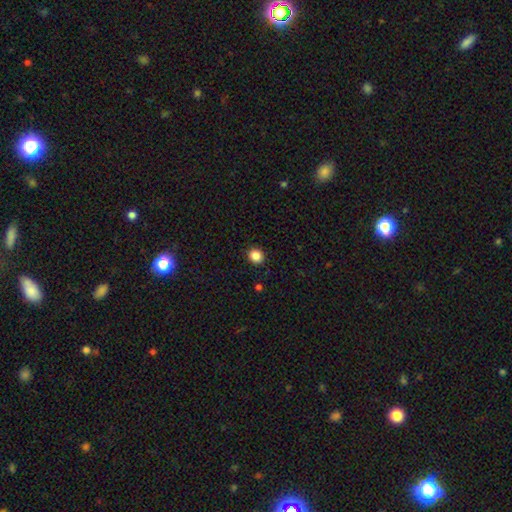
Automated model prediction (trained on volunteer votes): smooth_or_featured: smooth (p=0.86) [alt: star or artifact p=0.11]
how_rounded: round (p=0.80) [alt: in between p=0.19]
merging: none (p=0.92) [alt: minor disturbance p=0.06]